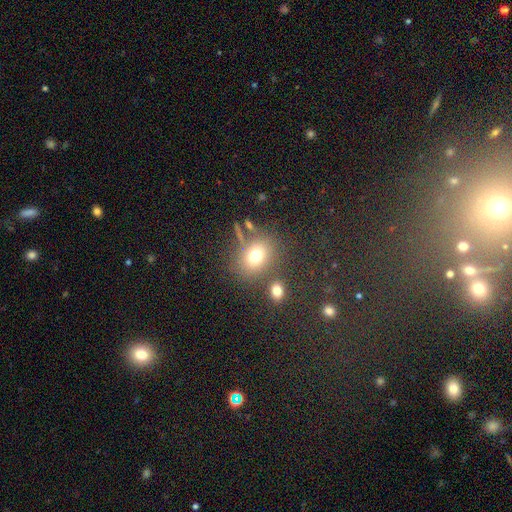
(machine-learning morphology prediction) Q: Smooth or featured?
A: smooth (72%); runner-up: star or artifact (15%)
Q: How rounded?
A: round (56%); runner-up: in between (43%)
Q: Merging?
A: none (69%); runner-up: merger (13%)